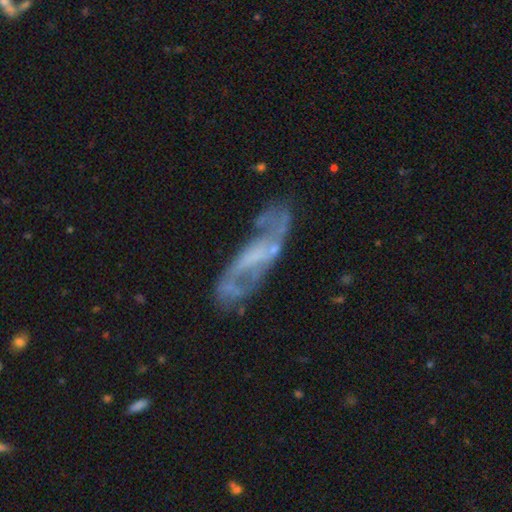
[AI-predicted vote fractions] smooth-or-featured: featured or disk: 77% | smooth: 15% | star or artifact: 8%
  disk-edge-on: no: 80% | yes: 20%
    bar: weak: 40% | no: 37% | strong: 23%
    has-spiral-arms: yes: 80% | no: 20%
    bulge-size: none: 45% | small: 33% | moderate: 18% | large: 3% | dominant: 1%
  merging: none: 64% | minor disturbance: 19% | major disturbance: 12% | merger: 4%